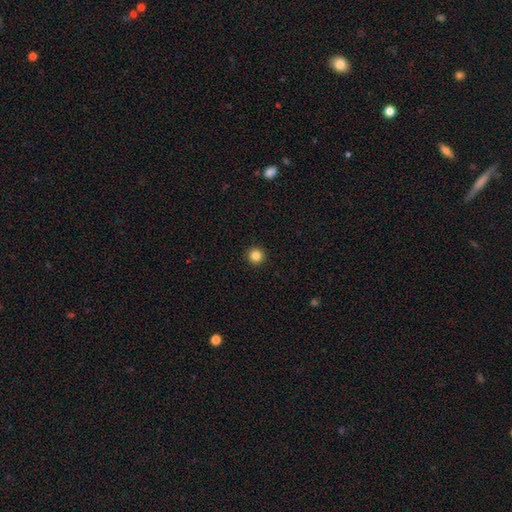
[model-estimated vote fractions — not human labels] Smooth or featured?
  - smooth: 85% *
  - star or artifact: 11%
  - featured or disk: 4%
How rounded?
  - round: 96% *
  - in between: 3%
  - cigar-shaped: 1%
Merging?
  - none: 94% *
  - minor disturbance: 4%
  - major disturbance: 1%
  - merger: 1%